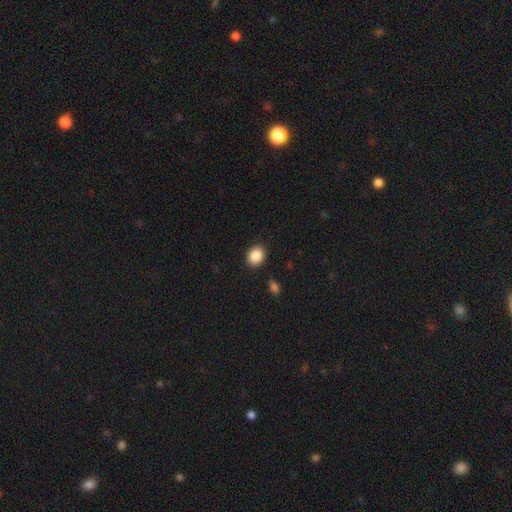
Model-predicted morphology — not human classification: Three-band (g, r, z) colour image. It shows a smooth galaxy with no disk features (88%) that is round (59%). Merging: none (89%).